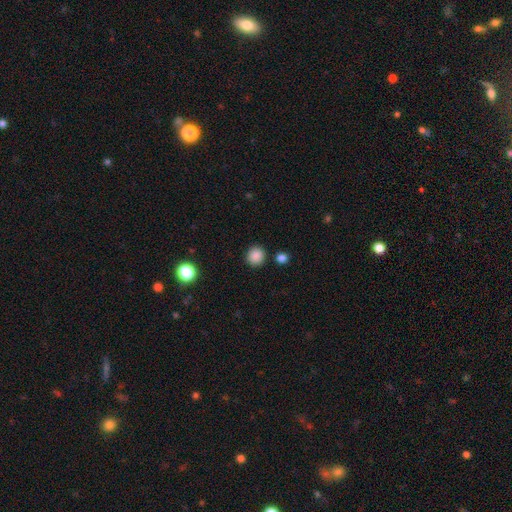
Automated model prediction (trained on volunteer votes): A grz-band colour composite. It shows a smooth galaxy with no disk features (87%) that is round (91%). Merging: none (87%).